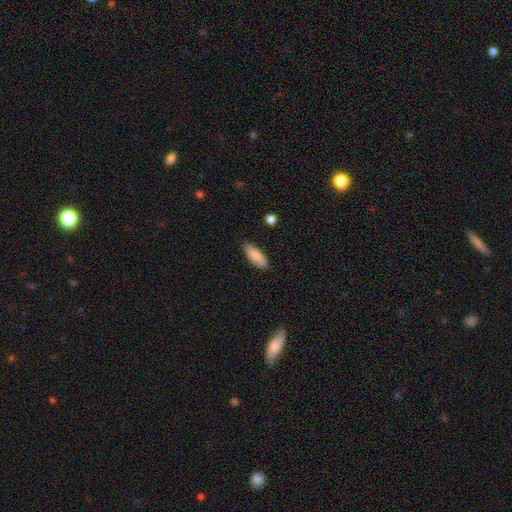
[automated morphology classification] Smooth or featured? Predicted: smooth (p=0.88). How rounded? Predicted: in between (p=0.70). Merging? Predicted: none (p=0.87).